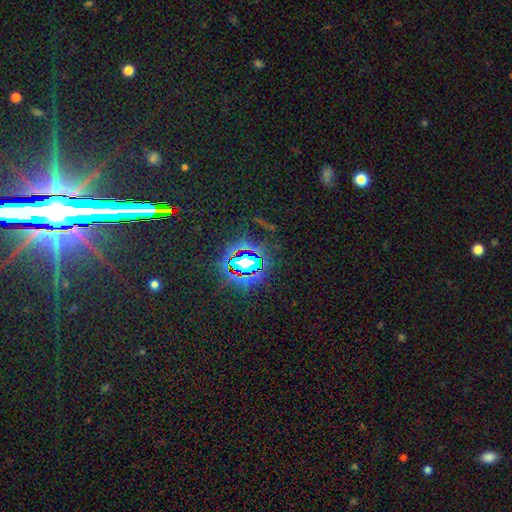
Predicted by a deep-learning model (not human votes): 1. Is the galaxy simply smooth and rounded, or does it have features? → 81% star or artifact, 9% smooth, 9% featured or disk.